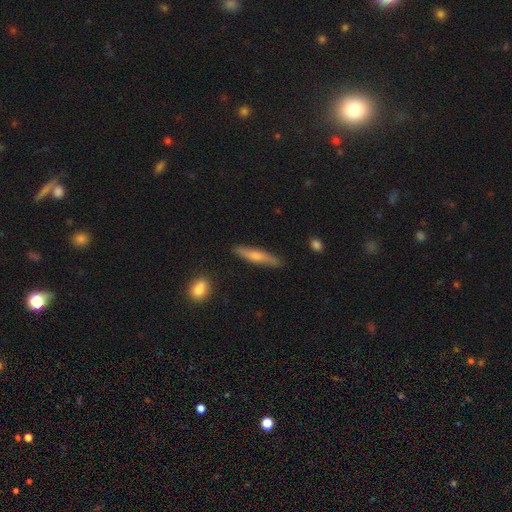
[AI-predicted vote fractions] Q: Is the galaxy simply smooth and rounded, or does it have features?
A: smooth — 54%.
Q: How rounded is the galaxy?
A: cigar-shaped — 88%.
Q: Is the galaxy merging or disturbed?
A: none — 87%.